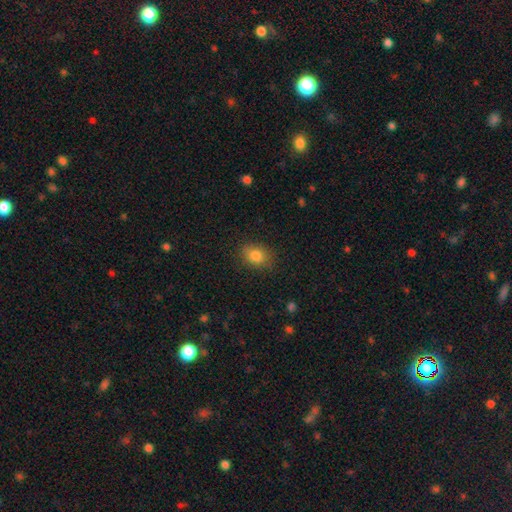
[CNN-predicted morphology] The model was most divided on "how rounded": in between: 63%, round: 36%, cigar-shaped: 1%. More confident: merging — none (83%); smooth or featured — smooth (83%).